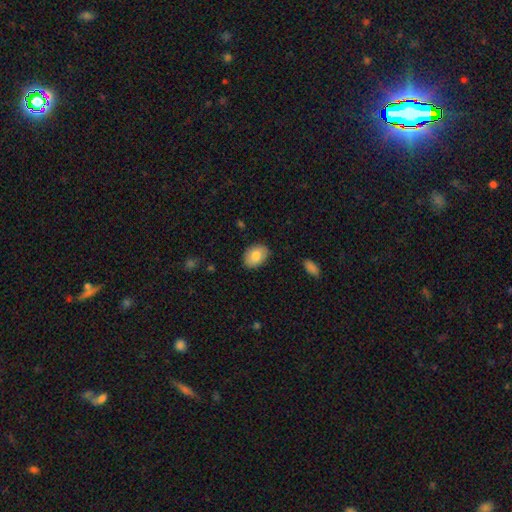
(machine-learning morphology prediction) smooth-or-featured: smooth: 81% | featured or disk: 13% | star or artifact: 7%
  how-rounded: in between: 75% | round: 24% | cigar-shaped: 1%
  merging: none: 85% | minor disturbance: 11% | major disturbance: 2% | merger: 1%